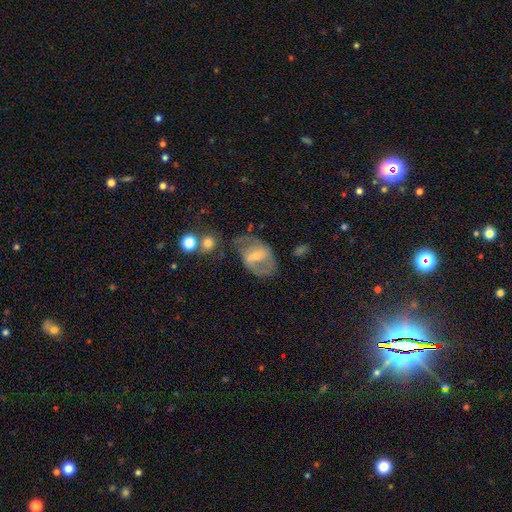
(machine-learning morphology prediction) The model was most divided on "bar": weak: 43%, strong: 40%, no: 17%. More confident: edge-on disk — no (95%); spiral arms — yes (74%); smooth or featured — featured or disk (70%); bulge size — small (56%); merging — none (54%).